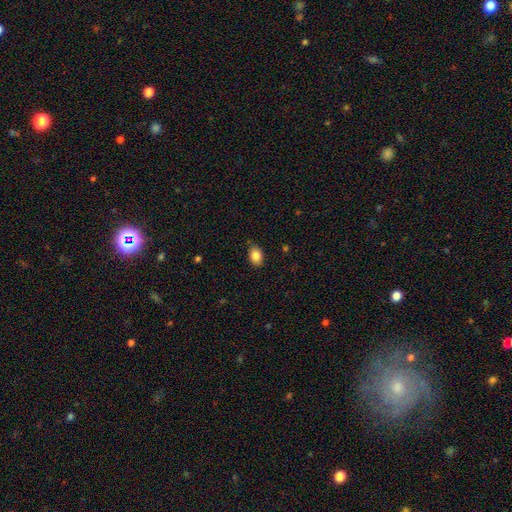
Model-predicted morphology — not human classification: smooth 85%, star or artifact 8%, featured or disk 7%. Down the decision tree: how rounded — in between (78%); merging — none (83%).